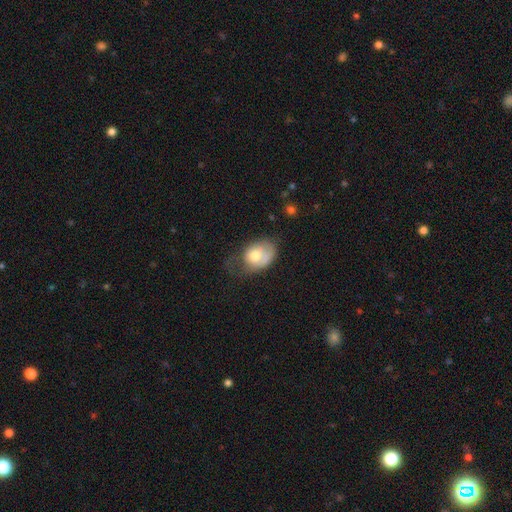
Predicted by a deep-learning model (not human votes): Q: Smooth or featured?
A: smooth (66%); runner-up: featured or disk (26%)
Q: How rounded?
A: in between (71%); runner-up: round (28%)
Q: Merging?
A: minor disturbance (35%); runner-up: major disturbance (31%)